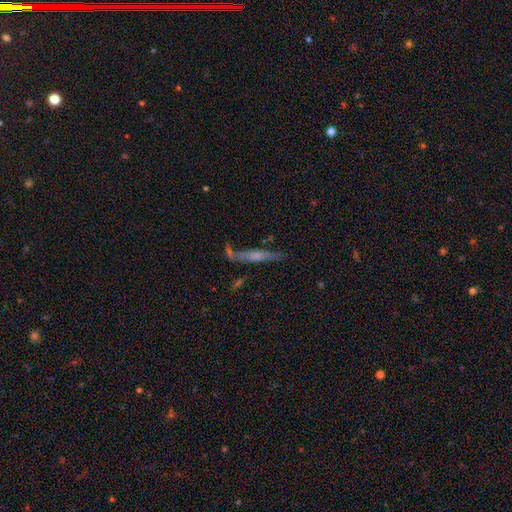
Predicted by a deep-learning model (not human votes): Smooth or featured?
  - featured or disk: 59% *
  - smooth: 32%
  - star or artifact: 9%
Edge-on disk?
  - yes: 92% *
  - no: 8%
Edge-on bulge?
  - rounded: 58% *
  - none: 28%
  - boxy: 14%
Merging?
  - none: 69% *
  - minor disturbance: 15%
  - merger: 10%
  - major disturbance: 5%